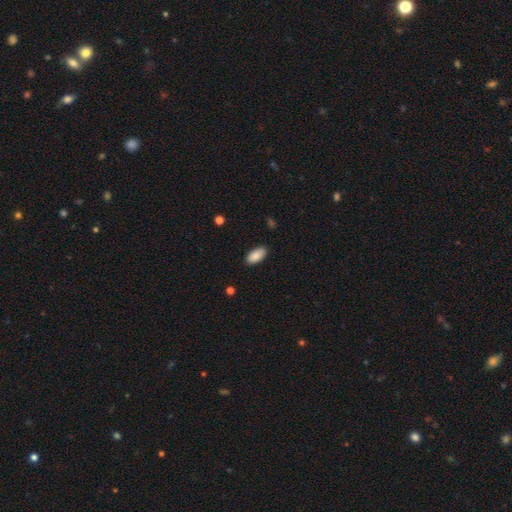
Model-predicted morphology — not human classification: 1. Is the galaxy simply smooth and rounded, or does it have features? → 89% smooth, 6% star or artifact, 5% featured or disk.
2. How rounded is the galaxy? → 94% in between, 4% cigar-shaped, 2% round.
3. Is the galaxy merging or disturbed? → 88% none, 9% minor disturbance, 2% major disturbance, 1% merger.